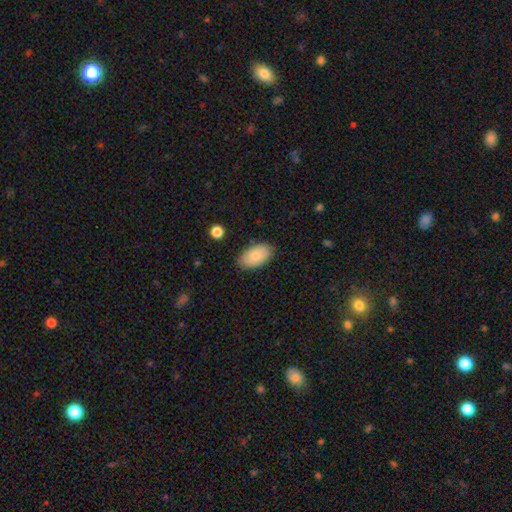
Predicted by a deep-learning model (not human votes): smooth 79%, featured or disk 14%, star or artifact 7%. Down the decision tree: how rounded — in between (94%); merging — none (82%).